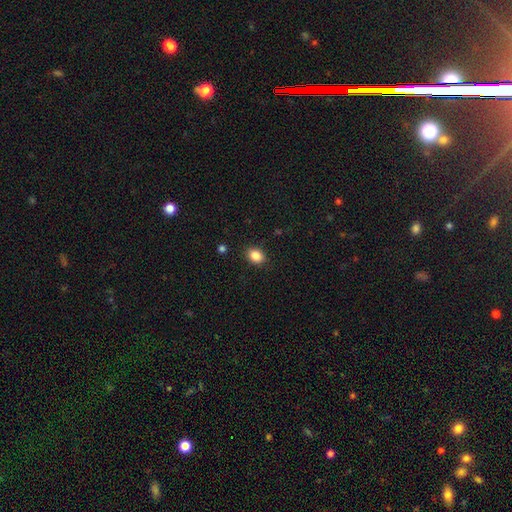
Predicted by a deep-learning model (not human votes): Overall: smooth (86%). How rounded: in between (58%; round 41%). Merging: none (88%).